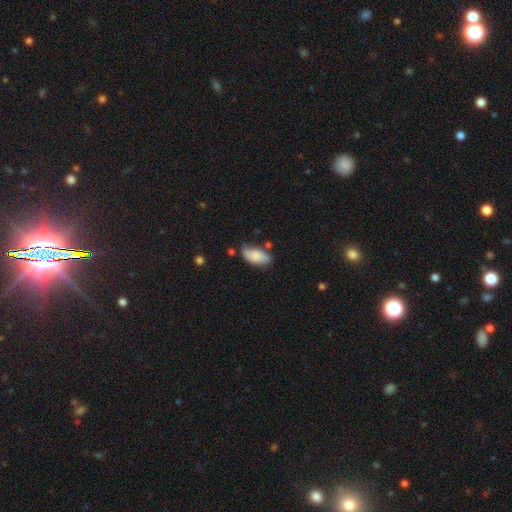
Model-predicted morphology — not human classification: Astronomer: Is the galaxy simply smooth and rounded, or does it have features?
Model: smooth — 79%.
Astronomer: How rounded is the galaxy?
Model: in between — 92%.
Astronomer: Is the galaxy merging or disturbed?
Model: none — 59%.